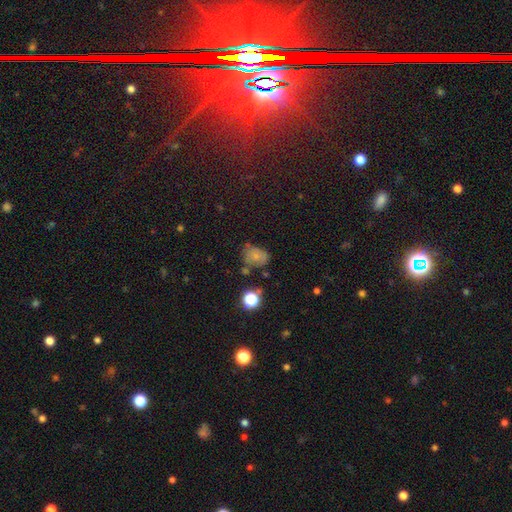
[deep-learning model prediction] This is likely a smooth galaxy (66%). How rounded: possibly in between (56%). Merging: possibly none (49%).